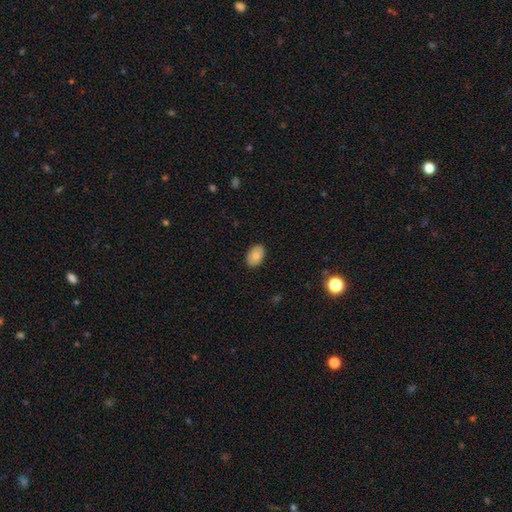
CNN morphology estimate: Smooth or featured: smooth — 78% (featured or disk — 14%)
How rounded: in between — 87% (round — 12%)
Merging: none — 88% (minor disturbance — 9%)